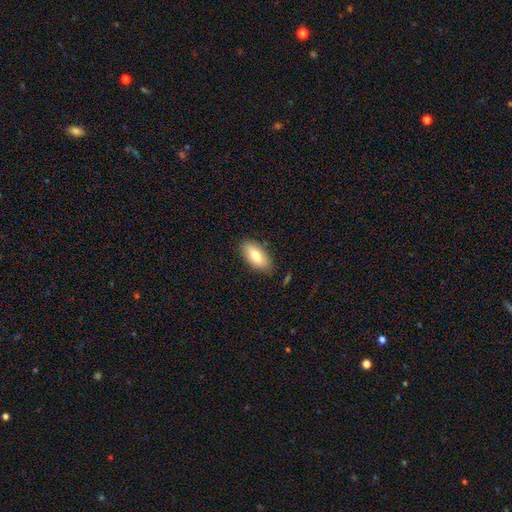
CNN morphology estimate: smooth-or-featured: smooth: 77% | featured or disk: 16% | star or artifact: 7%
  how-rounded: in between: 91% | cigar-shaped: 7% | round: 3%
  merging: none: 83% | minor disturbance: 13% | major disturbance: 3% | merger: 2%